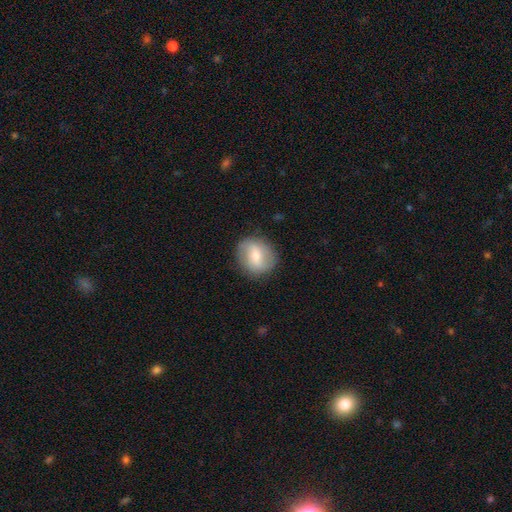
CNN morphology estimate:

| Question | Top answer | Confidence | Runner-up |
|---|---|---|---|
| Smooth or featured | smooth | 53% | featured or disk (39%) |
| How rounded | round | 75% | in between (24%) |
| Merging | none | 85% | minor disturbance (11%) |